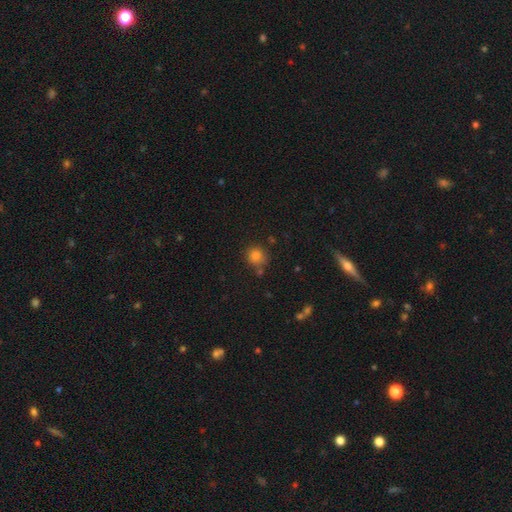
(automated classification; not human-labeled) smooth-or-featured: smooth: 82% | star or artifact: 12% | featured or disk: 6%
  how-rounded: round: 87% | in between: 12% | cigar-shaped: 1%
  merging: none: 71% | minor disturbance: 15% | merger: 9% | major disturbance: 4%